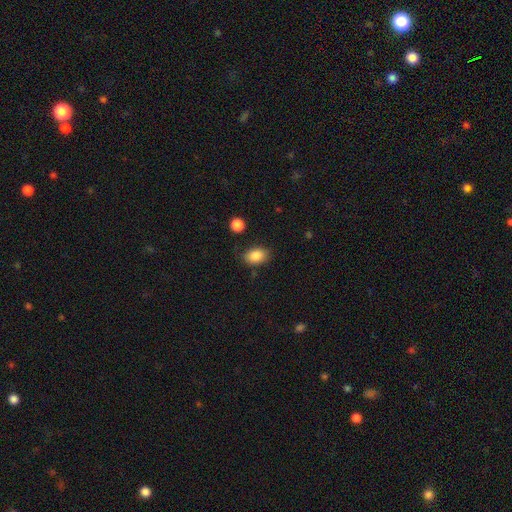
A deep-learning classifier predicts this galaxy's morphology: Q: Smooth or featured?
A: smooth (86%); runner-up: star or artifact (8%)
Q: How rounded?
A: in between (82%); runner-up: round (17%)
Q: Merging?
A: none (79%); runner-up: minor disturbance (15%)